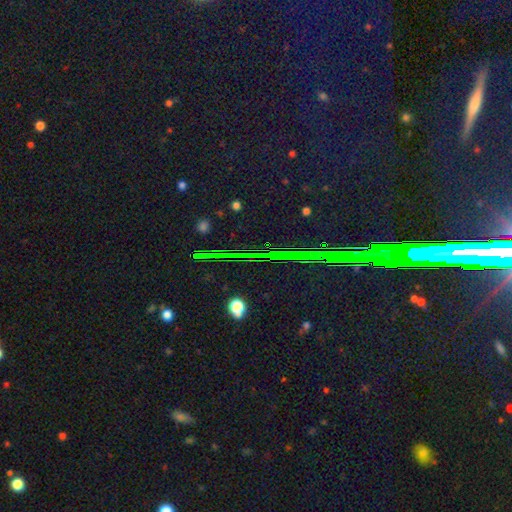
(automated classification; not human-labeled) Overall: star or artifact (83%).